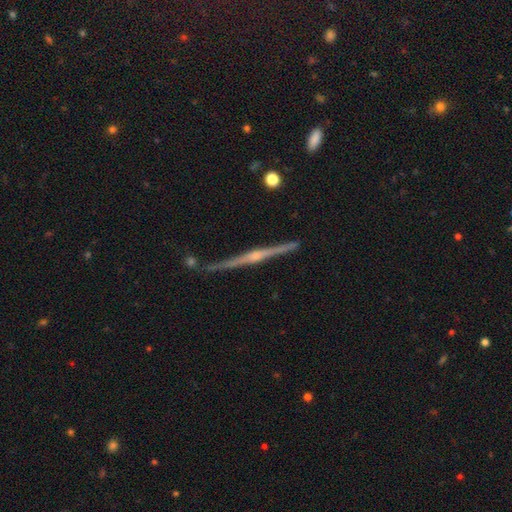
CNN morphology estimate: This is clearly a featured or disk galaxy (86%). It is clearly viewed edge-on (98%). Edge-on bulge: likely rounded (80%). Merging: clearly none (84%).